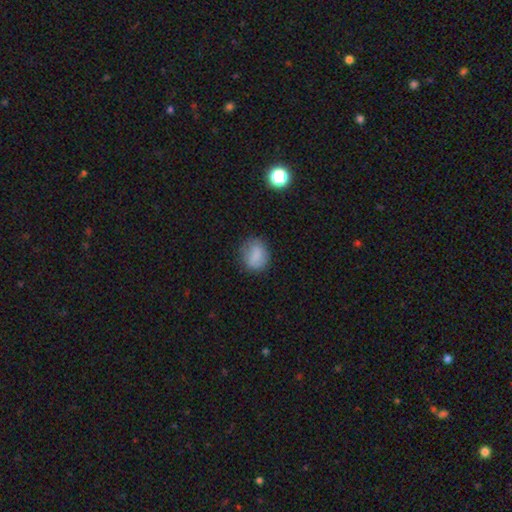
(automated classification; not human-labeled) smooth-or-featured: smooth: 81% | featured or disk: 9% | star or artifact: 9%
  how-rounded: round: 59% | in between: 39% | cigar-shaped: 1%
  merging: none: 74% | minor disturbance: 19% | major disturbance: 6% | merger: 2%